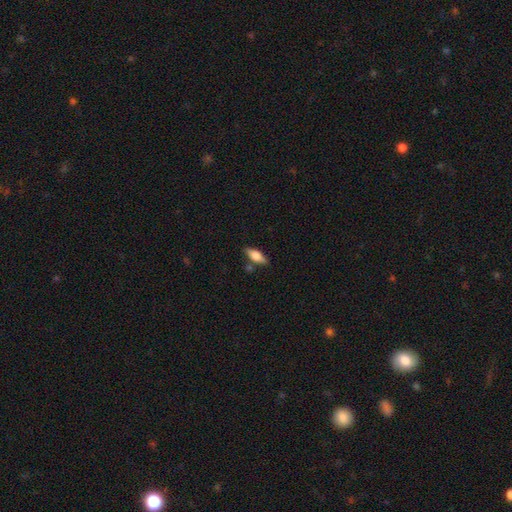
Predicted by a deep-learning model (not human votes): A smooth galaxy with no disk features (65%) that is in between round and cigar-shaped (72%). Merging: none (78%).